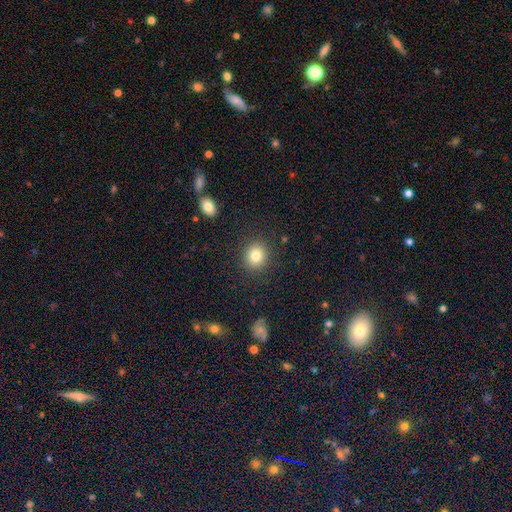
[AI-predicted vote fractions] The model was most divided on "how rounded": round: 83%, in between: 16%, cigar-shaped: 1%. More confident: merging — none (89%); smooth or featured — smooth (82%).